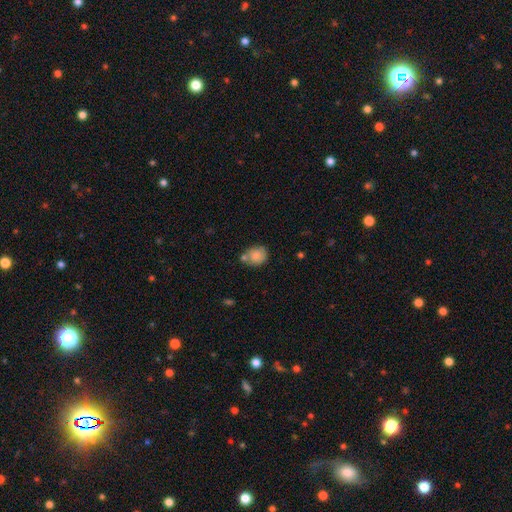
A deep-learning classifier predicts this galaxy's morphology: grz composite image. It shows a smooth galaxy with no disk features (80%) that is round (68%). Merging: none (53%).